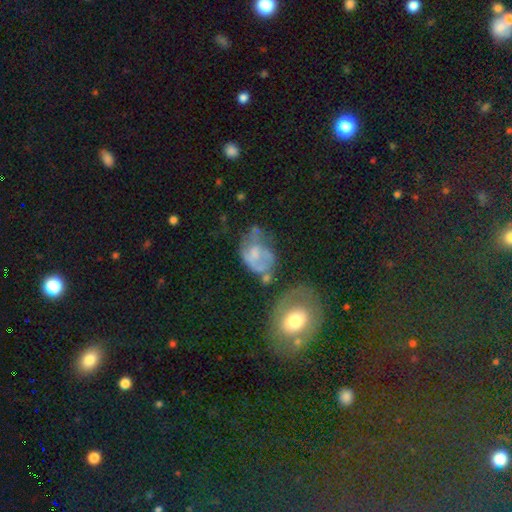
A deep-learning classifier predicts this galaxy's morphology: Q: Smooth or featured?
A: featured or disk (53%); runner-up: smooth (36%)
Q: Edge-on disk?
A: no (97%); runner-up: yes (3%)
Q: Bar?
A: no (76%); runner-up: weak (20%)
Q: Spiral arms?
A: no (57%); runner-up: yes (43%)
Q: Bulge size?
A: none (32%); runner-up: moderate (30%)
Q: Merging?
A: major disturbance (31%); runner-up: none (29%)